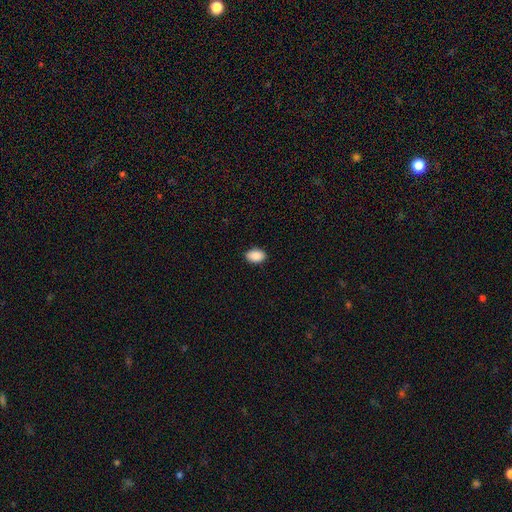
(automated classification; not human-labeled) Smooth or featured? smooth (89%)
How rounded? in between (84%)
Merging? none (89%)